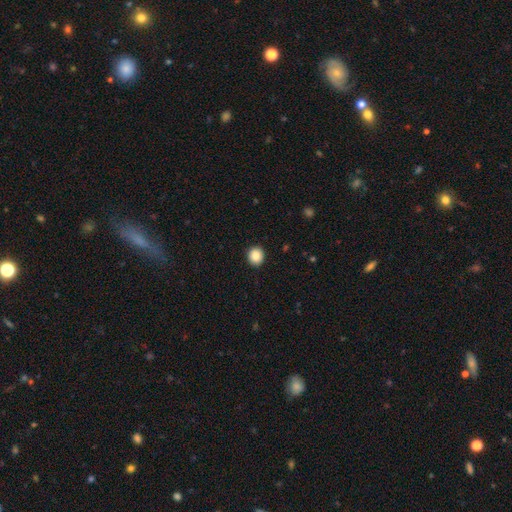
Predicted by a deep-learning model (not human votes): Smooth or featured? smooth (87%)
How rounded? round (86%)
Merging? none (92%)